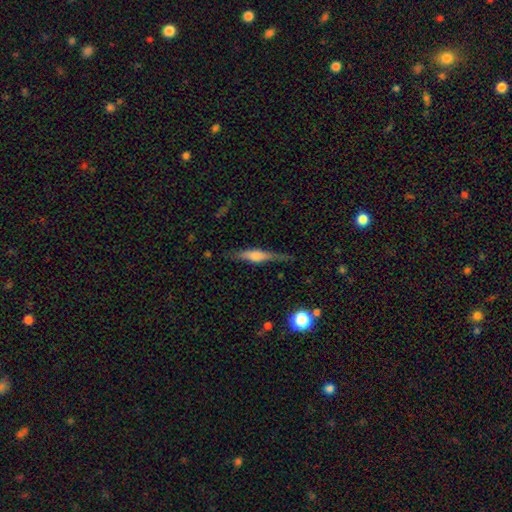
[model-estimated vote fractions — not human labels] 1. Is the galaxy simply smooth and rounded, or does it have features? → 62% featured or disk, 31% smooth, 7% star or artifact.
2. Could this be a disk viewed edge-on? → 96% yes, 4% no.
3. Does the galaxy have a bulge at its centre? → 74% rounded, 20% boxy, 6% none.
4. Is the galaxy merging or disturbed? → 78% none, 16% minor disturbance, 4% major disturbance, 2% merger.